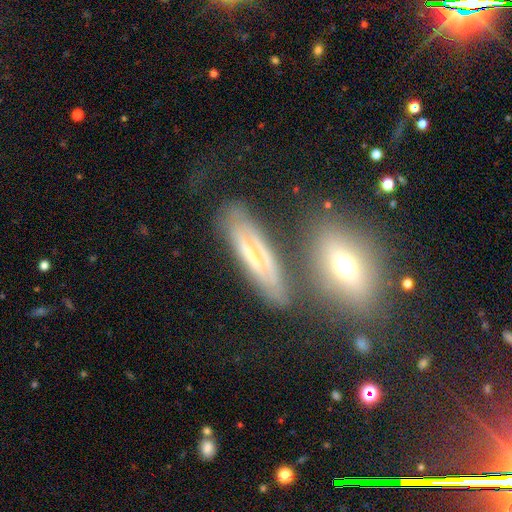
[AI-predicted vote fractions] featured or disk 64%, smooth 28%, star or artifact 9%. Down the decision tree: edge-on disk — no (53%); merging — none (66%).